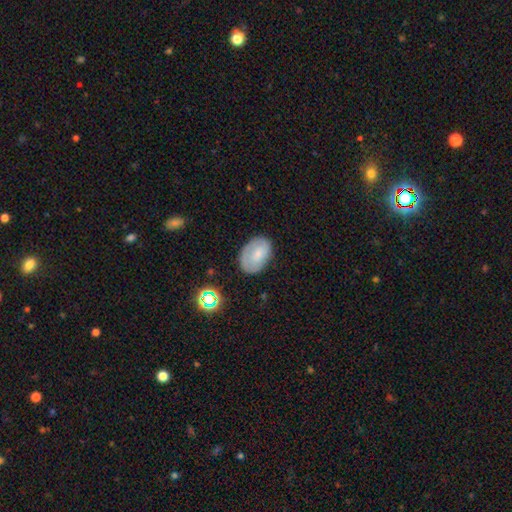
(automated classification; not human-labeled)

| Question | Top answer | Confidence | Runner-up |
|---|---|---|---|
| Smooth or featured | smooth | 62% | featured or disk (29%) |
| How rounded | in between | 85% | round (14%) |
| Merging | none | 73% | minor disturbance (20%) |